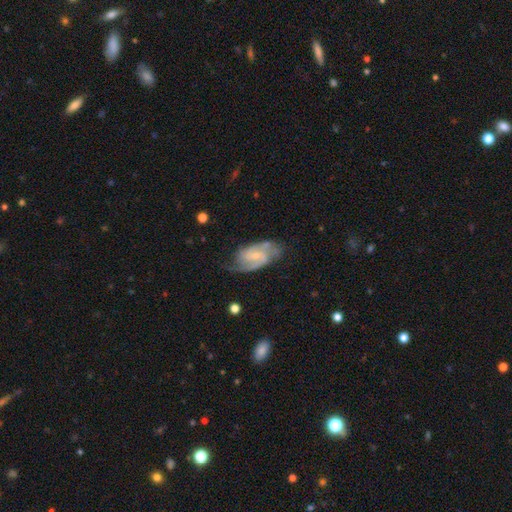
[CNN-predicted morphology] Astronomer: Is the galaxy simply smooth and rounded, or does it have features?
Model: featured or disk — 86%.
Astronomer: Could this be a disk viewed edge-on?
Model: no — 97%.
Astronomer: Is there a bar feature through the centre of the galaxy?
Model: weak — 52% (runner-up: no, 34%).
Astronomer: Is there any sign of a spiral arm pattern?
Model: yes — 97%.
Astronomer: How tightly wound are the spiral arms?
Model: medium — 53% (runner-up: tight, 31%).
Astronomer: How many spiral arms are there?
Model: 2 — 82%.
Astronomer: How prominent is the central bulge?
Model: small — 65%.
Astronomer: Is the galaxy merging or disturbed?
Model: none — 70%.